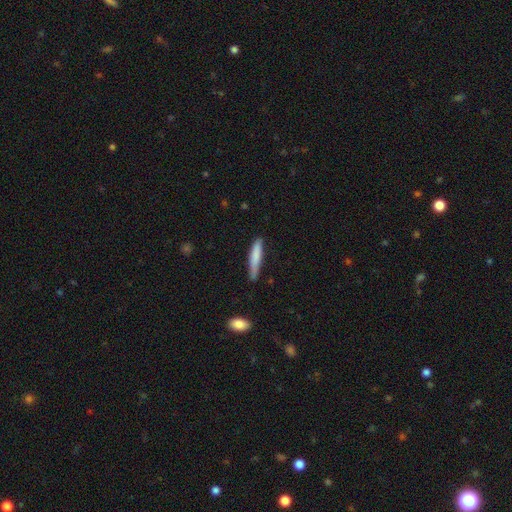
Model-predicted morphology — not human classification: smooth-or-featured: smooth: 77% | featured or disk: 18% | star or artifact: 6%
  how-rounded: cigar-shaped: 88% | in between: 11% | round: 1%
  merging: none: 67% | minor disturbance: 26% | major disturbance: 4% | merger: 2%